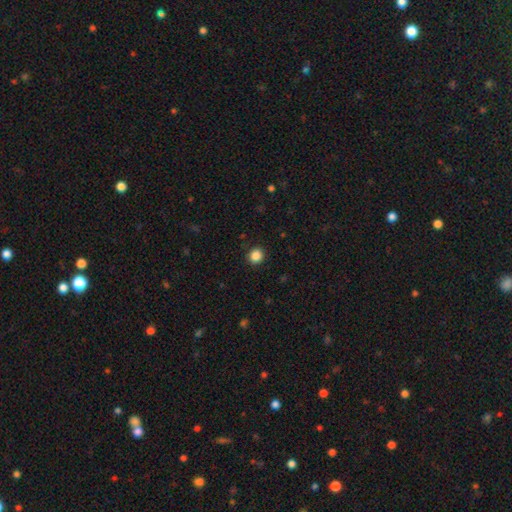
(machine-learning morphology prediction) This is clearly a smooth galaxy (87%). How rounded: clearly round (88%). Merging: clearly none (92%).